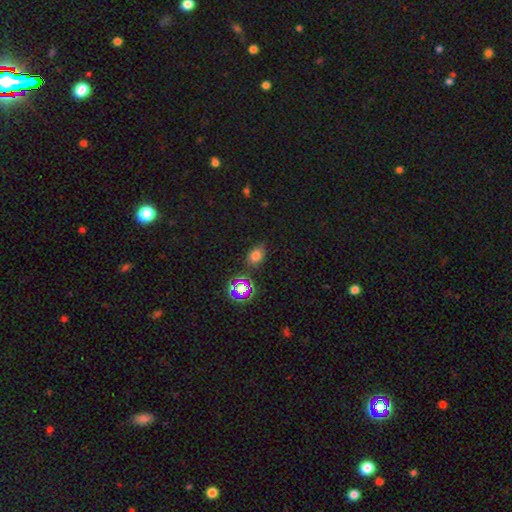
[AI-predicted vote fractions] Smooth or featured? Predicted: smooth (p=0.69). How rounded? Predicted: in between (p=0.71). Merging? Predicted: none (p=0.72).